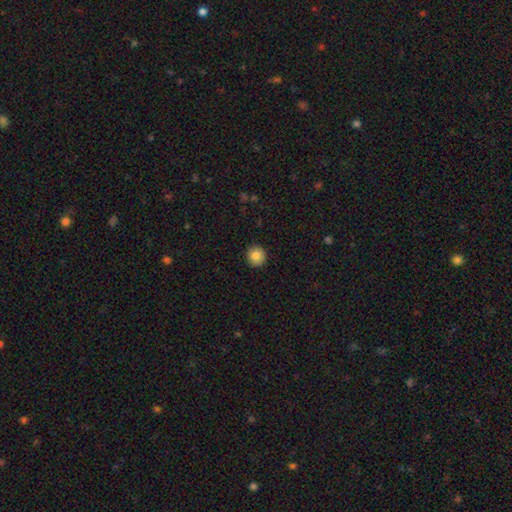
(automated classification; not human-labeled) smooth_or_featured: smooth (p=0.84) [alt: star or artifact p=0.09]
how_rounded: round (p=0.93) [alt: in between p=0.06]
merging: none (p=0.91) [alt: minor disturbance p=0.07]